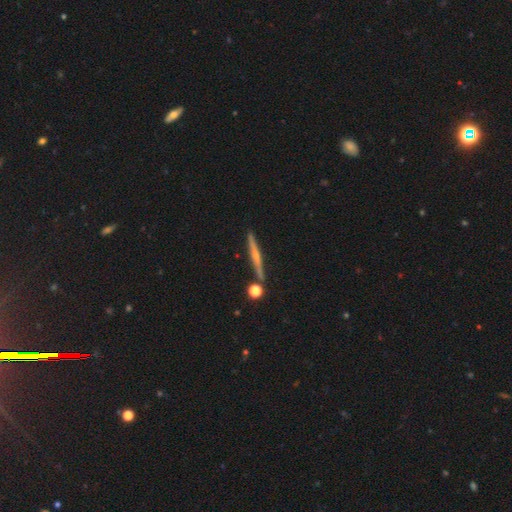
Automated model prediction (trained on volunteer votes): Overall: featured or disk (63%; smooth 30%). Edge-on disk: yes (97%). Edge-on bulge: rounded (62%; none 31%). Merging: none (86%).